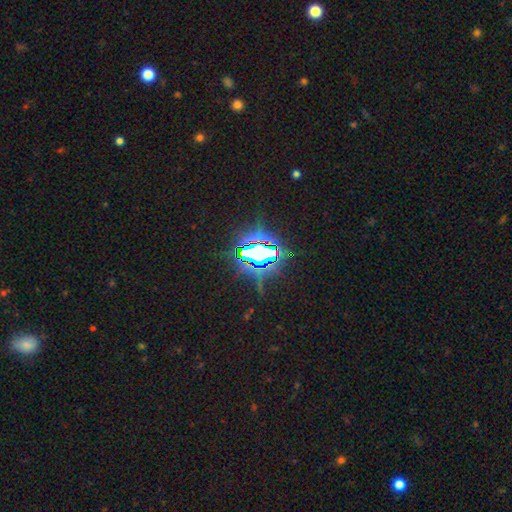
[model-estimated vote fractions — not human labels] Morphology: type=star or artifact (77%).